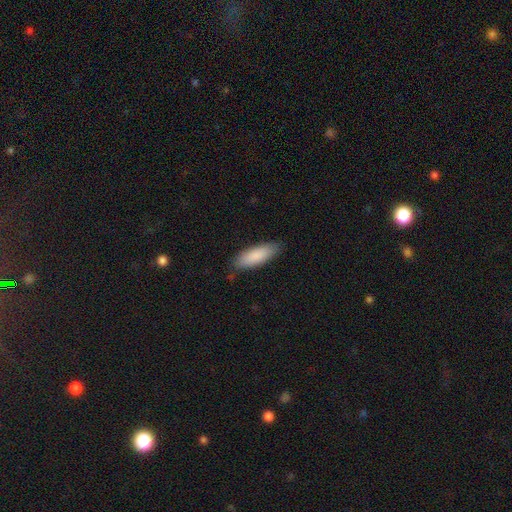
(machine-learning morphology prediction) Overall: smooth (87%). How rounded: in between (59%; cigar-shaped 40%). Merging: none (84%).